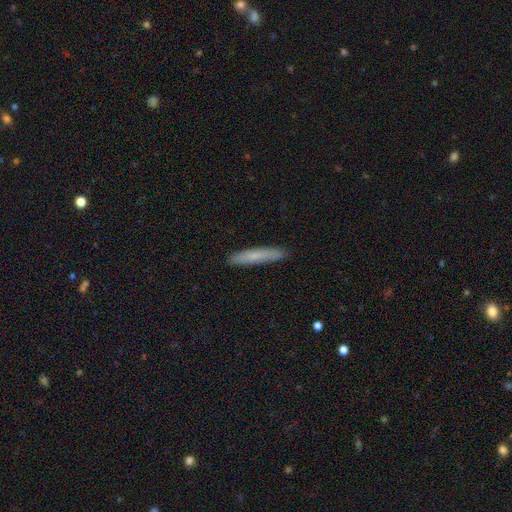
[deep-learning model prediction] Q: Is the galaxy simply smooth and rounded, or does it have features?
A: smooth — 70%.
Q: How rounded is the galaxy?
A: cigar-shaped — 93%.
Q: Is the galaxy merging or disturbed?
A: none — 90%.